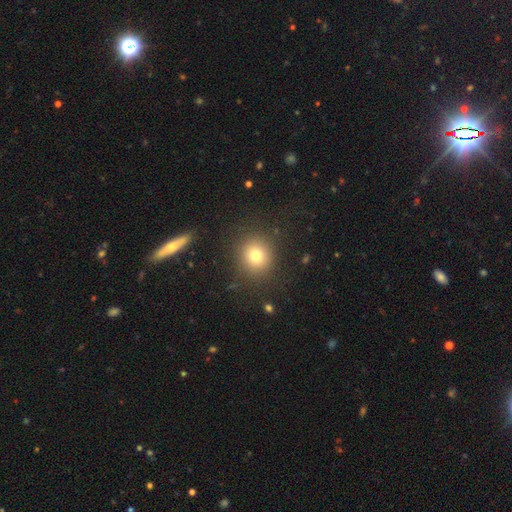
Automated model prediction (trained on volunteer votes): smooth-or-featured: smooth: 75% | star or artifact: 15% | featured or disk: 10%
  how-rounded: round: 89% | in between: 10% | cigar-shaped: 1%
  merging: none: 88% | minor disturbance: 7% | major disturbance: 4% | merger: 1%